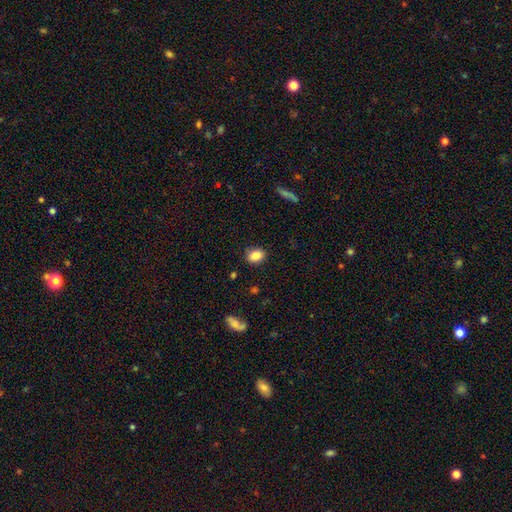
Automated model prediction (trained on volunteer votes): A smooth galaxy with no disk features (86%) that is in between round and cigar-shaped (65%). Merging: none (85%).